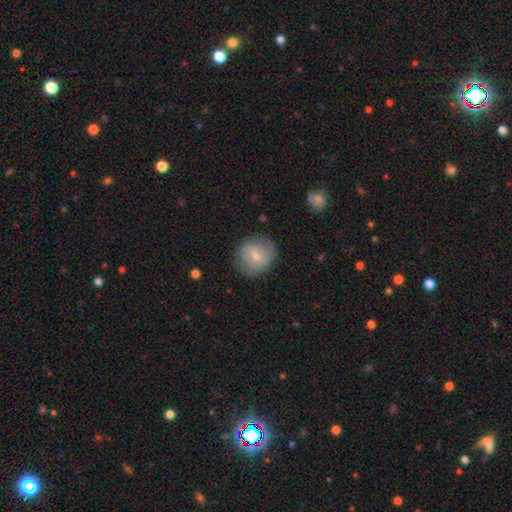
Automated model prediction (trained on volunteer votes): Smooth or featured? Predicted: smooth (p=0.50). Merging? Predicted: none (p=0.78).